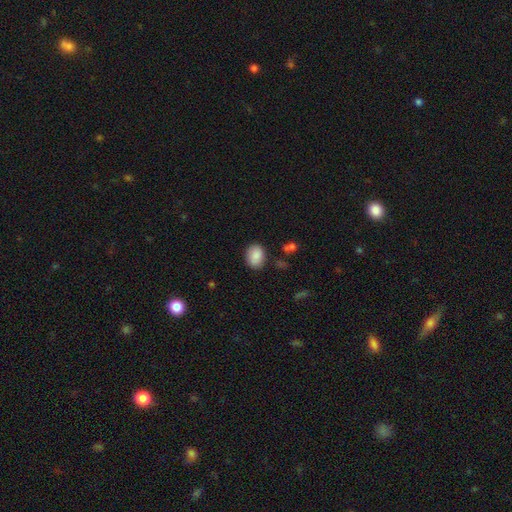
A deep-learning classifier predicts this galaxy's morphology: smooth 87%, star or artifact 7%, featured or disk 6%. Down the decision tree: how rounded — in between (69%); merging — none (83%).